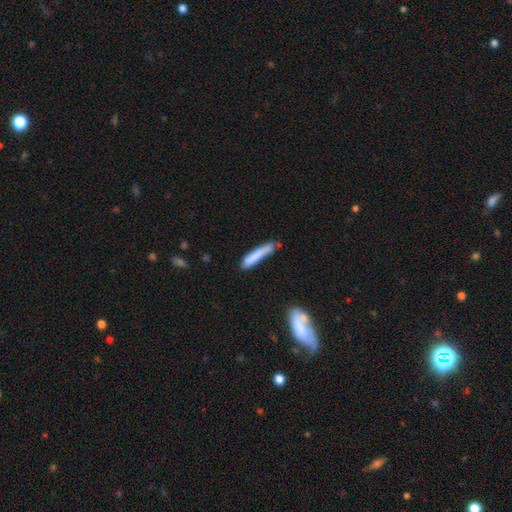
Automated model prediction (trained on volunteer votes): The model was most divided on "merging": none: 66%, minor disturbance: 23%, merger: 6%, major disturbance: 5%. More confident: how rounded — cigar-shaped (91%); smooth or featured — smooth (79%).